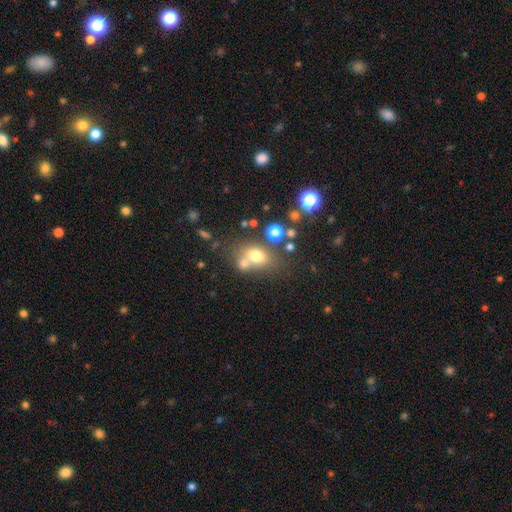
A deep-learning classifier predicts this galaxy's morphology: This appears to be a smooth galaxy with no disk features (69%) that is in between round and cigar-shaped (57%). Merging: none (48%).